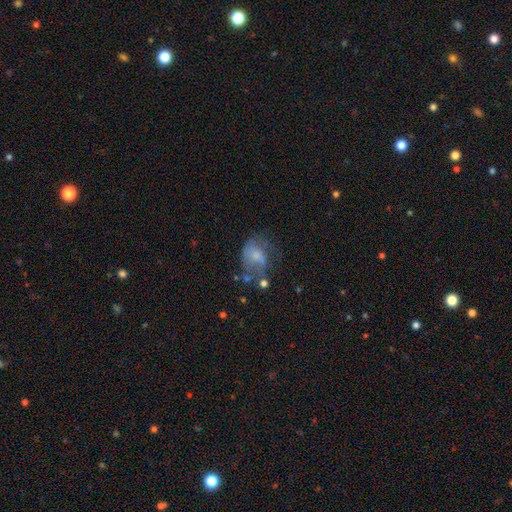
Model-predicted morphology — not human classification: This appears to be a smooth galaxy with no disk features (49%). Merging: major disturbance (35%).